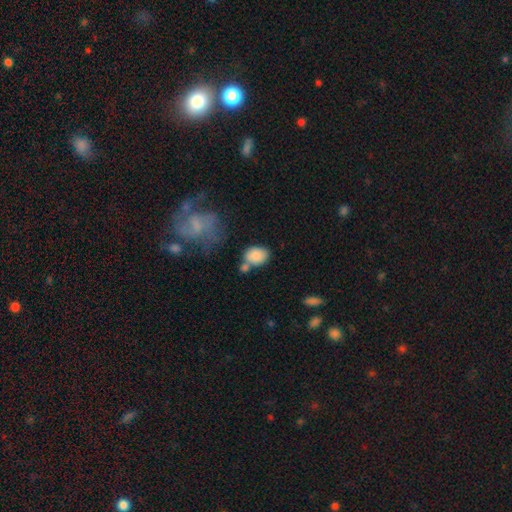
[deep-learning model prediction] This appears to be a smooth galaxy with no disk features (85%) that is in between round and cigar-shaped (68%). Merging: none (48%).